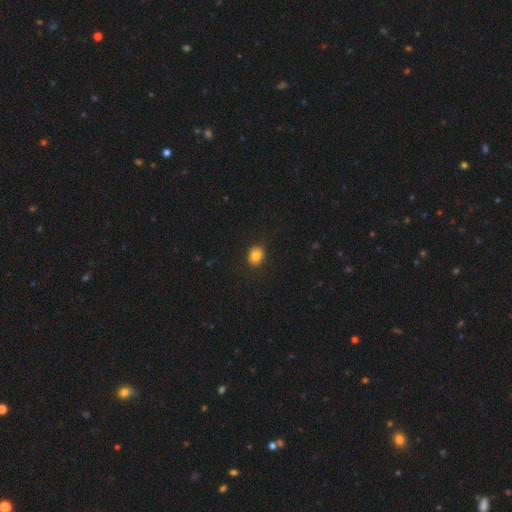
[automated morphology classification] Smooth or featured? smooth (84%)
How rounded? round (66%)
Merging? none (88%)